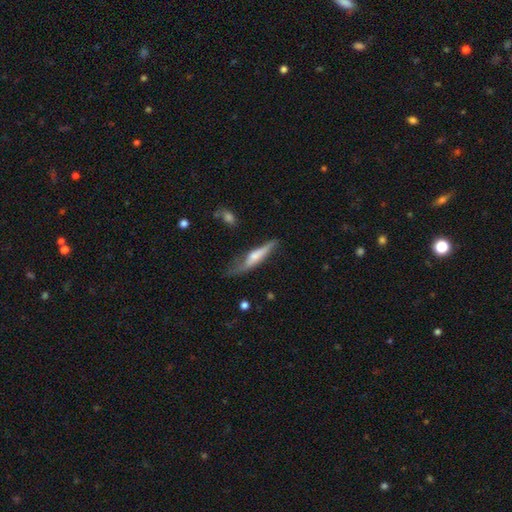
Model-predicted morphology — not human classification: A smooth galaxy with no disk features (52%) that is cigar-shaped (82%). Merging: none (47%).